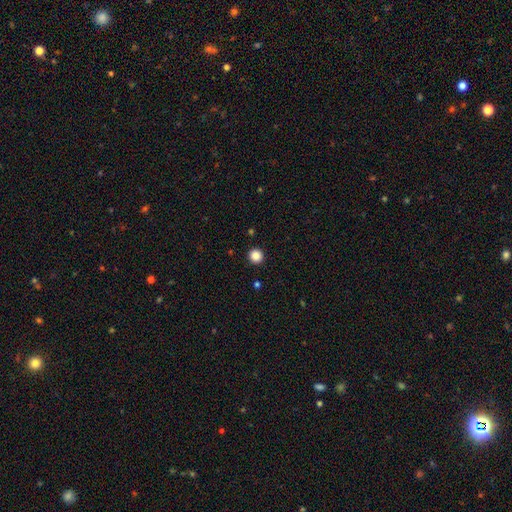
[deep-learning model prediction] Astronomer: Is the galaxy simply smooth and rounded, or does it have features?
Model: smooth — 87%.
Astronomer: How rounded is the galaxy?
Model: round — 96%.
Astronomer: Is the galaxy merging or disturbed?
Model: none — 93%.